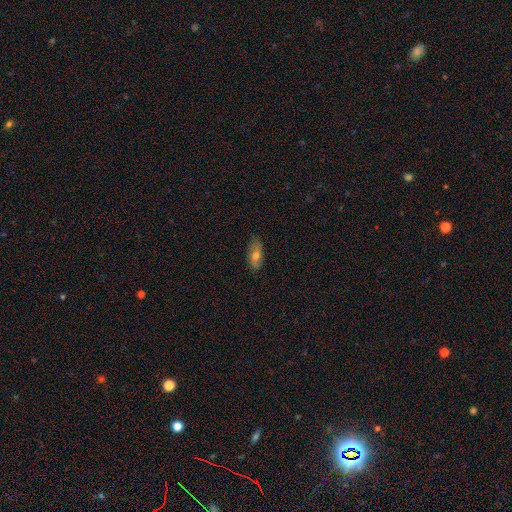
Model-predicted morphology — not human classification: Smooth or featured: smooth — 68% (featured or disk — 25%)
How rounded: in between — 85% (cigar-shaped — 11%)
Merging: none — 80% (minor disturbance — 16%)